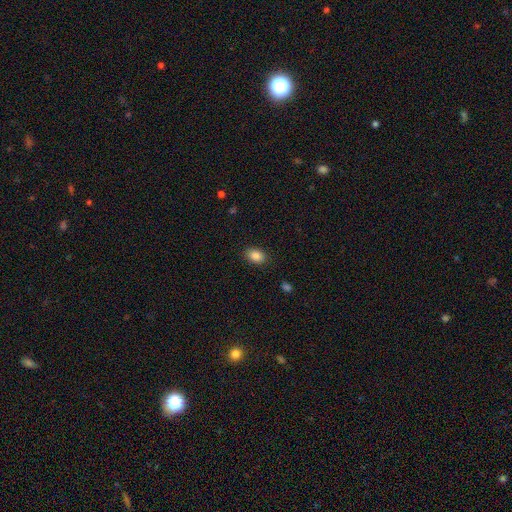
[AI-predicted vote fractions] Smooth or featured? Predicted: smooth (p=0.87). How rounded? Predicted: in between (p=0.81). Merging? Predicted: none (p=0.88).